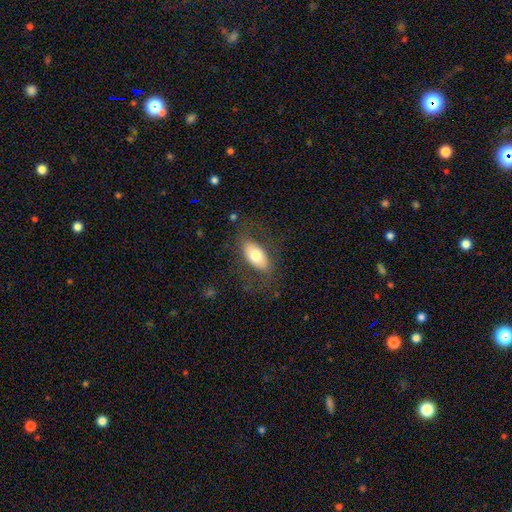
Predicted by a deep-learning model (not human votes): smooth-or-featured: smooth: 67% | featured or disk: 27% | star or artifact: 6%
  how-rounded: in between: 91% | cigar-shaped: 6% | round: 4%
  merging: none: 72% | minor disturbance: 16% | major disturbance: 11% | merger: 1%